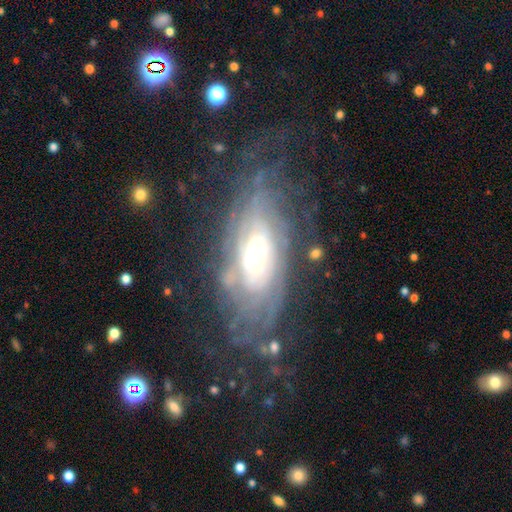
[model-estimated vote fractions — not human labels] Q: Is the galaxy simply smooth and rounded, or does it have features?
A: featured or disk — 81%.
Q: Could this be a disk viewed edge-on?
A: no — 89%.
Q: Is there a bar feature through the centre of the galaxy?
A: no — 68%.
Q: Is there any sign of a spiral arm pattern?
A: yes — 89%.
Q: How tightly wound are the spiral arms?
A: tight — 74%.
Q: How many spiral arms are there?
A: can't tell — 57%.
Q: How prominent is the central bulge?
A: moderate — 46%.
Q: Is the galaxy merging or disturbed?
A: none — 67%.